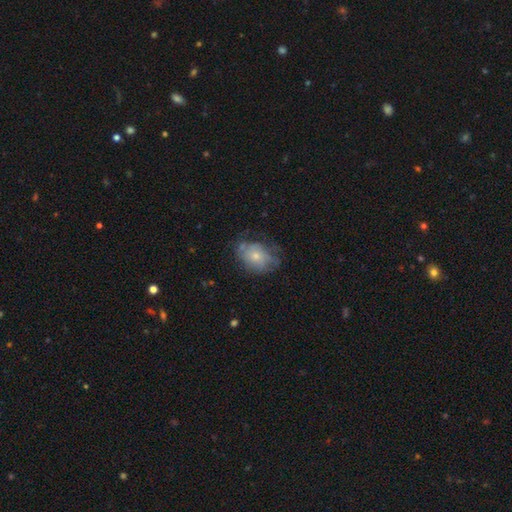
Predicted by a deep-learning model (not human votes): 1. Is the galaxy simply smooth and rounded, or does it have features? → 55% smooth, 37% featured or disk, 8% star or artifact.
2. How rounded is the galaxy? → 69% in between, 29% round, 1% cigar-shaped.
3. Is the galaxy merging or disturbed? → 49% none, 31% minor disturbance, 17% major disturbance, 3% merger.